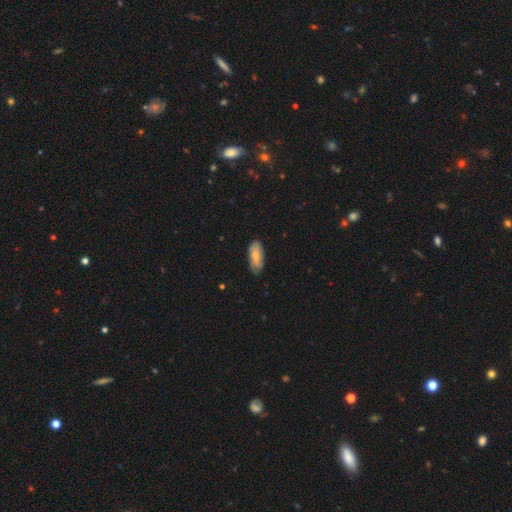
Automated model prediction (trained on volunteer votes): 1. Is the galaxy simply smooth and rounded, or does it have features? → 72% smooth, 22% featured or disk, 6% star or artifact.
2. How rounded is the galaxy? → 86% in between, 12% cigar-shaped, 2% round.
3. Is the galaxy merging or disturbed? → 77% none, 19% minor disturbance, 3% major disturbance, 1% merger.